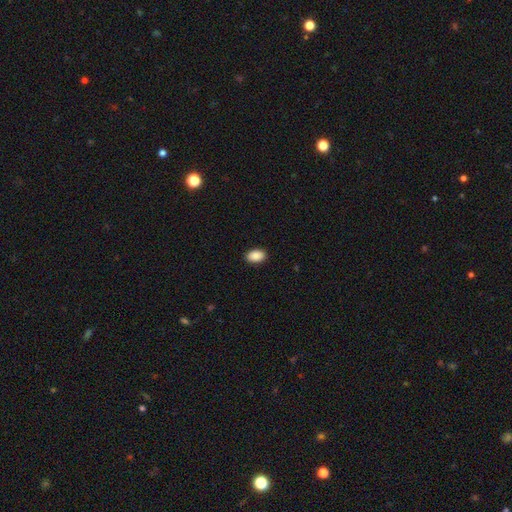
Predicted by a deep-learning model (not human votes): smooth 89%, star or artifact 7%, featured or disk 4%. Down the decision tree: how rounded — in between (90%); merging — none (91%).